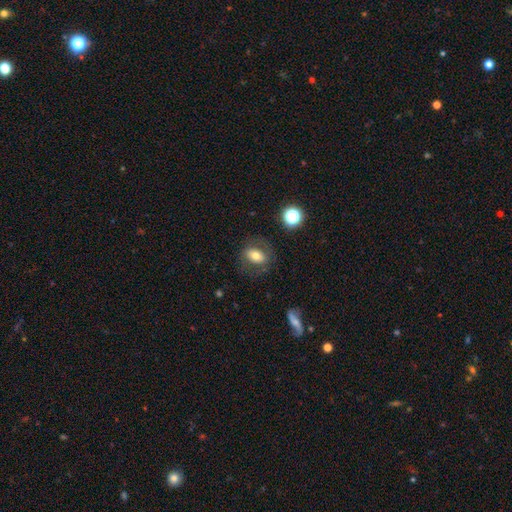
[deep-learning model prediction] Overall: smooth (62%; featured or disk 28%). How rounded: in between (74%). Merging: none (74%).